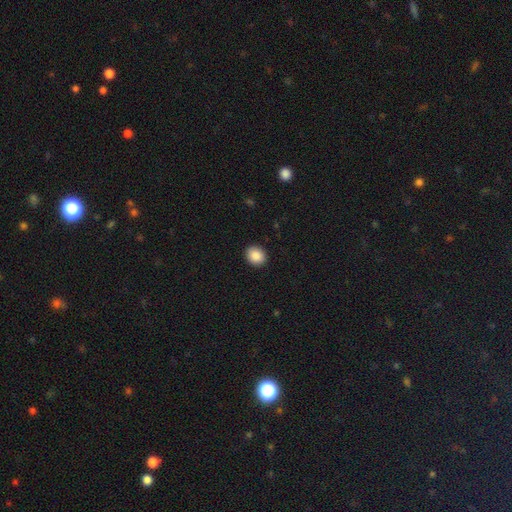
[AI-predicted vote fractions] smooth-or-featured: smooth: 89% | star or artifact: 8% | featured or disk: 3%
  how-rounded: round: 61% | in between: 38% | cigar-shaped: 1%
  merging: none: 91% | minor disturbance: 6% | major disturbance: 2% | merger: 1%